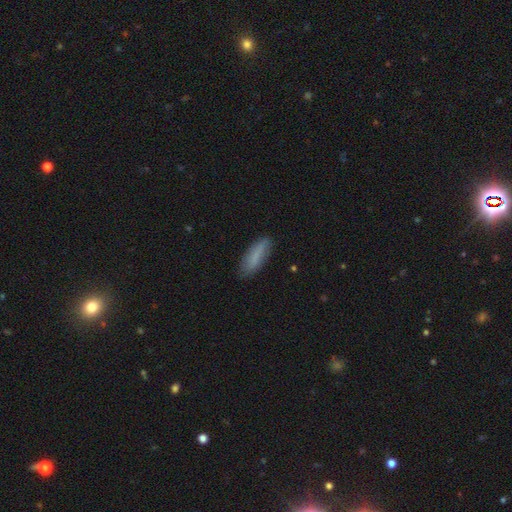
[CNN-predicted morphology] smooth-or-featured: smooth: 80% | featured or disk: 14% | star or artifact: 7%
  how-rounded: cigar-shaped: 55% | in between: 43% | round: 2%
  merging: none: 80% | minor disturbance: 16% | major disturbance: 3% | merger: 1%